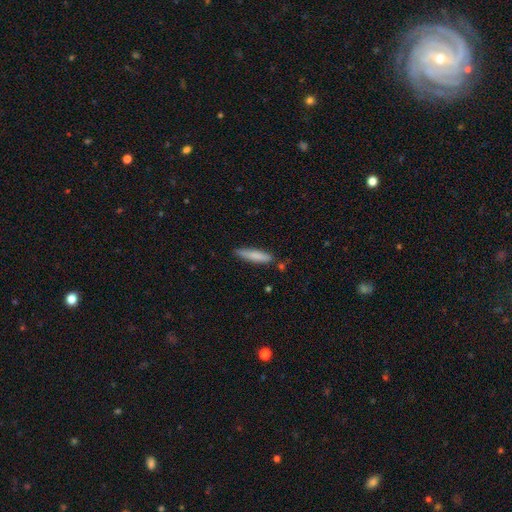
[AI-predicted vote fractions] smooth_or_featured: smooth (p=0.79) [alt: featured or disk p=0.15]
how_rounded: cigar-shaped (p=0.84) [alt: in between p=0.15]
merging: none (p=0.80) [alt: minor disturbance p=0.15]